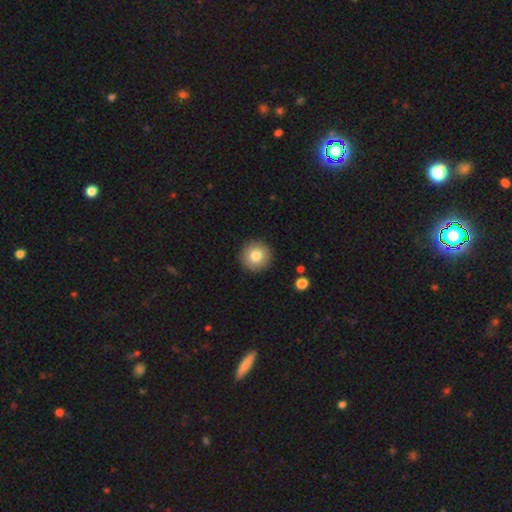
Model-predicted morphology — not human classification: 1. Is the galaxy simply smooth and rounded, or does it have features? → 80% smooth, 11% featured or disk, 9% star or artifact.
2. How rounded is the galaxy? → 96% round, 4% in between, 1% cigar-shaped.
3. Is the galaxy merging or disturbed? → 92% none, 5% minor disturbance, 2% major disturbance, 1% merger.